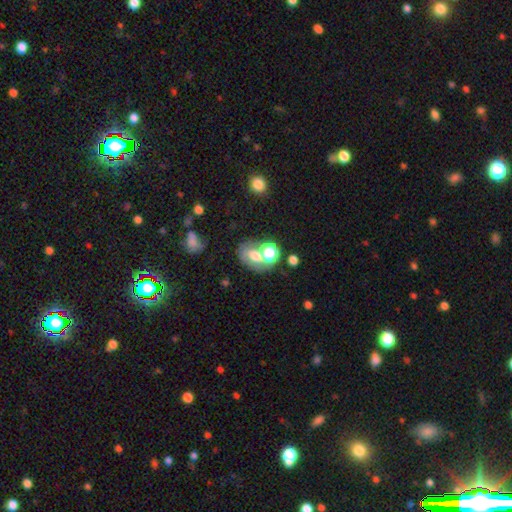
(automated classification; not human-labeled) smooth_or_featured: smooth (p=0.57) [alt: featured or disk p=0.27]
how_rounded: in between (p=0.62) [alt: round p=0.36]
merging: merger (p=0.45) [alt: none p=0.32]